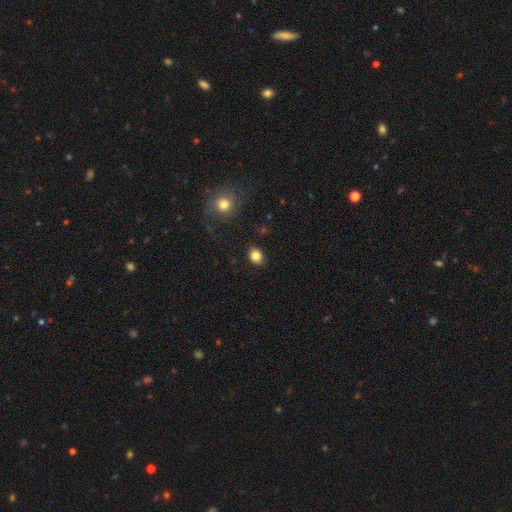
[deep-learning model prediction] This appears to be a smooth galaxy with no disk features (84%) that is in between round and cigar-shaped (52%). Merging: none (87%).